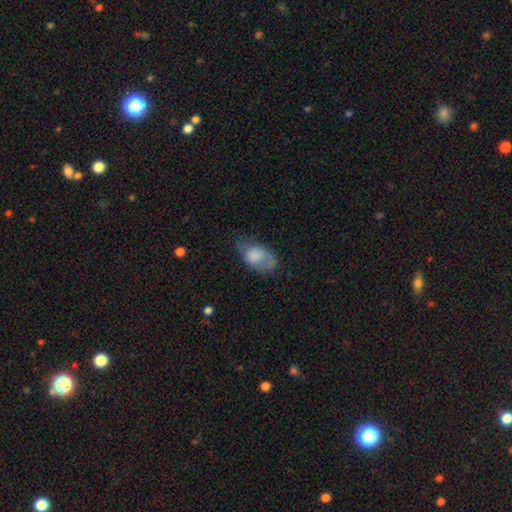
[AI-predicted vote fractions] Q: Smooth or featured?
A: smooth (69%); runner-up: featured or disk (22%)
Q: How rounded?
A: in between (89%); runner-up: round (9%)
Q: Merging?
A: none (44%); runner-up: minor disturbance (32%)